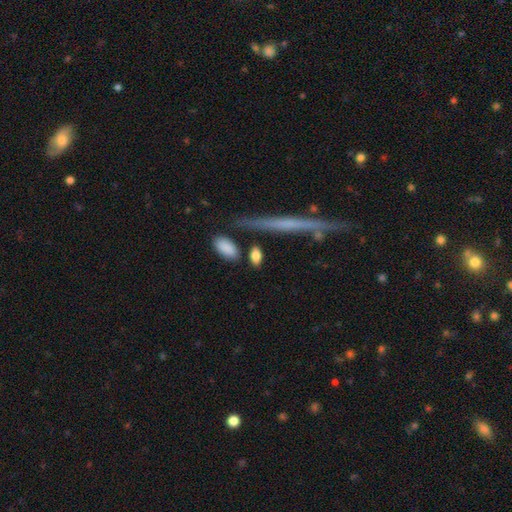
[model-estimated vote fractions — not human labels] smooth 83%, featured or disk 11%, star or artifact 7%. Down the decision tree: how rounded — in between (84%); merging — none (75%).